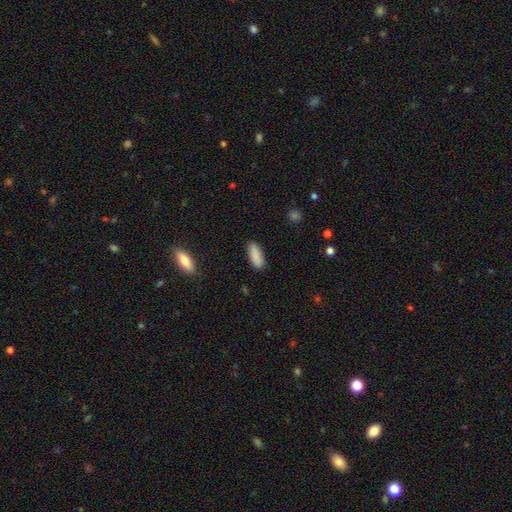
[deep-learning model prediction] Morphology: type=smooth (88%); roundness=in between (66%); merging=none (86%).